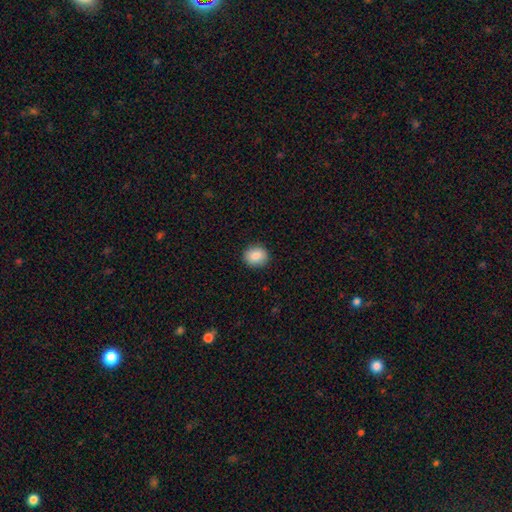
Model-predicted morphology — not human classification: A smooth galaxy with no disk features (87%) that is round (75%).

Vote fractions:
- Smooth or featured? smooth: 87% / star or artifact: 8% / featured or disk: 5%
- How rounded? round: 75% / in between: 24% / cigar-shaped: 1%
- Merging? none: 89% / minor disturbance: 8% / major disturbance: 2% / merger: 1%